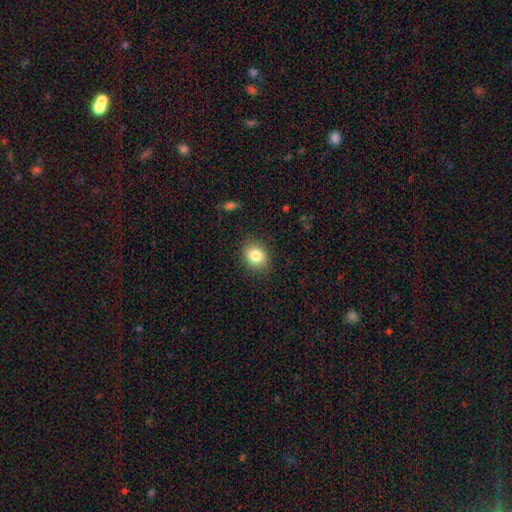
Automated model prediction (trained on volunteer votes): smooth-or-featured: smooth: 83% | star or artifact: 10% | featured or disk: 7%
  how-rounded: round: 67% | in between: 32% | cigar-shaped: 1%
  merging: none: 88% | minor disturbance: 9% | major disturbance: 3% | merger: 1%